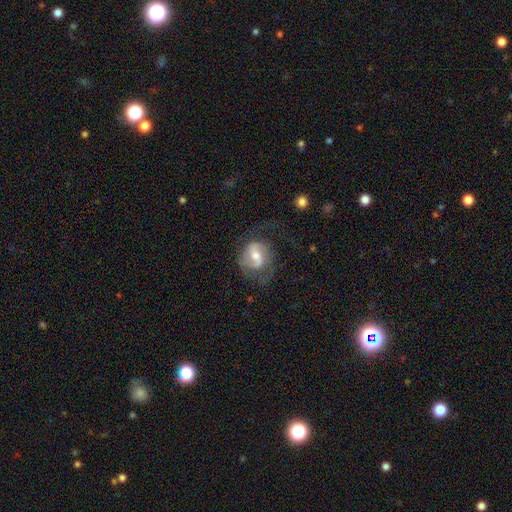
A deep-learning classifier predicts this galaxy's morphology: smooth_or_featured: featured or disk (p=0.67) [alt: smooth p=0.26]
disk_edge_on: no (p=0.97) [alt: yes p=0.03]
bar: weak (p=0.48) [alt: no p=0.30]
has_spiral_arms: yes (p=0.84) [alt: no p=0.16]
spiral_winding: medium (p=0.45) [alt: loose p=0.32]
spiral_arm_count: 2 (p=0.70) [alt: can't tell p=0.13]
bulge_size: moderate (p=0.65) [alt: small p=0.26]
merging: none (p=0.55) [alt: major disturbance p=0.23]